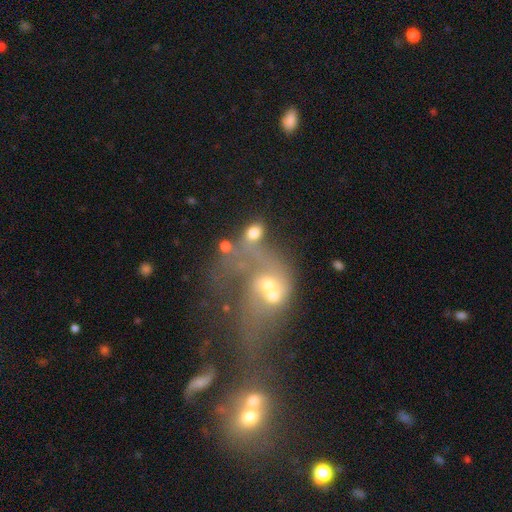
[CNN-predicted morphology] type=featured or disk (53%); edge-on=no (96%); bar=no (73%); spiral arms=no (54%); bulge=moderate (48%); merging=merger (58%).